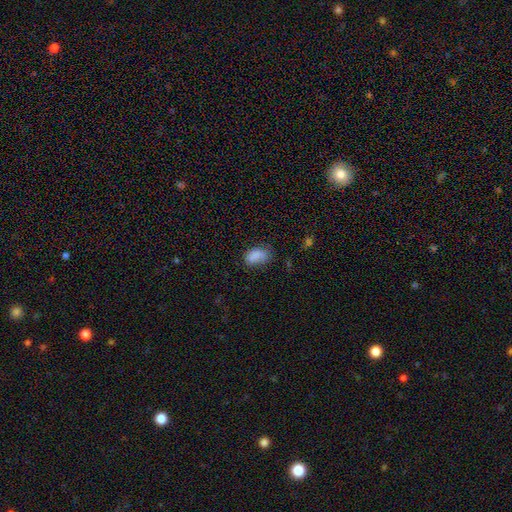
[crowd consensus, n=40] This appears to be a smooth galaxy with no disk features (90%) that is in between round and cigar-shaped (97%). Merging: none (61%).